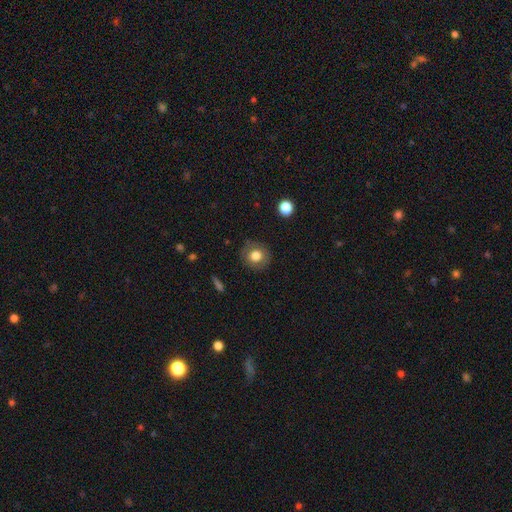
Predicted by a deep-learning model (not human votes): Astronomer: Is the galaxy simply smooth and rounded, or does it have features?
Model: smooth — 77%.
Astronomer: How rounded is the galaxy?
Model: round — 86%.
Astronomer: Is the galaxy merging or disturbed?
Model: none — 84%.